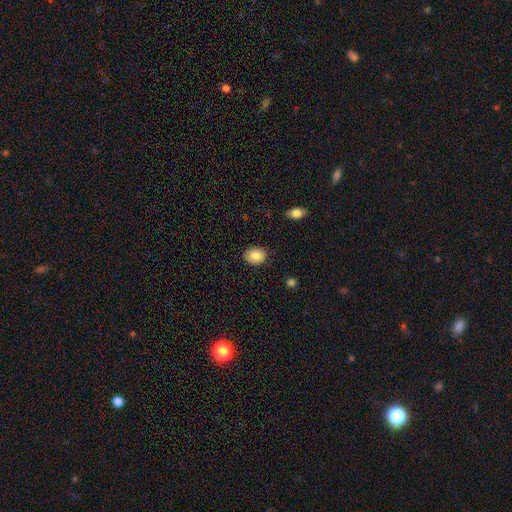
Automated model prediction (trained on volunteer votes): smooth-or-featured: smooth: 85% | star or artifact: 8% | featured or disk: 7%
  how-rounded: in between: 54% | round: 45% | cigar-shaped: 1%
  merging: none: 86% | minor disturbance: 11% | major disturbance: 2% | merger: 1%